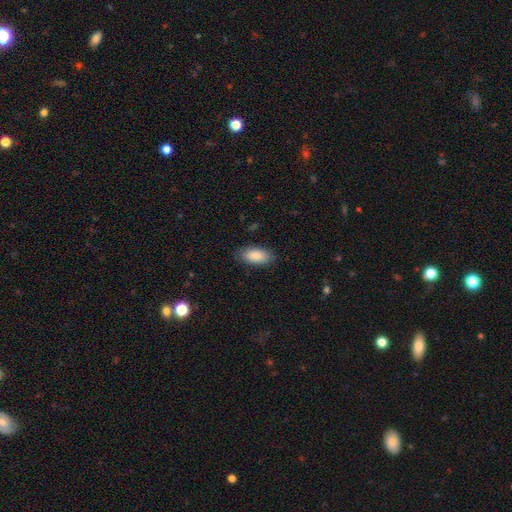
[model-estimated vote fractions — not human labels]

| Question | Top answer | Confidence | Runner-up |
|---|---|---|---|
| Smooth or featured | smooth | 89% | star or artifact (6%) |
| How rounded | in between | 91% | cigar-shaped (7%) |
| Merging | none | 85% | minor disturbance (11%) |